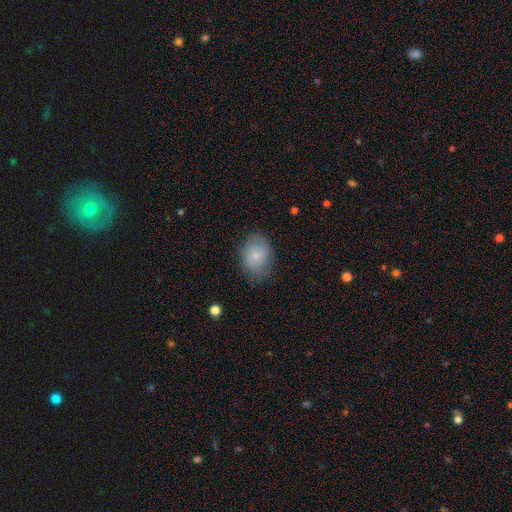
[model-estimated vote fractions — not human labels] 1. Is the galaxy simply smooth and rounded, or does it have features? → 74% smooth, 18% featured or disk, 7% star or artifact.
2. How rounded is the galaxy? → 61% in between, 38% round, 1% cigar-shaped.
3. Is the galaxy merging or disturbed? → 71% none, 22% minor disturbance, 6% major disturbance, 1% merger.